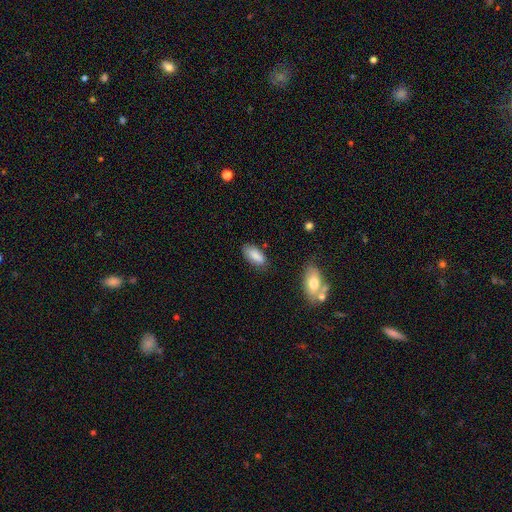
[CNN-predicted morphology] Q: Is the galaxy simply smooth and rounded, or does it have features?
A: smooth — 85%.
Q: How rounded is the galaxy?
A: in between — 88%.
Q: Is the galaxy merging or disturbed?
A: none — 76%.